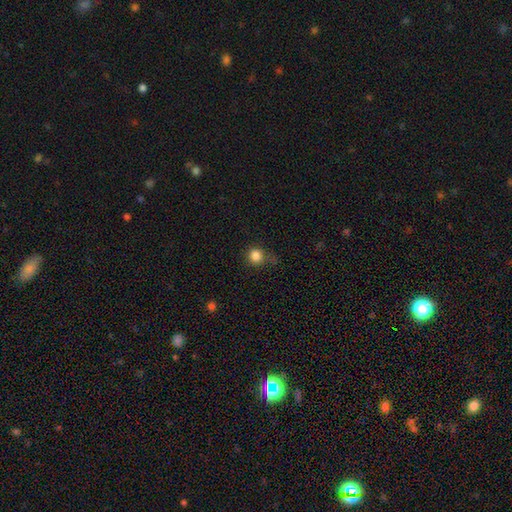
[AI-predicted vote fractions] This appears to be a smooth galaxy with no disk features (83%) that is round (91%). Merging: none (67%).